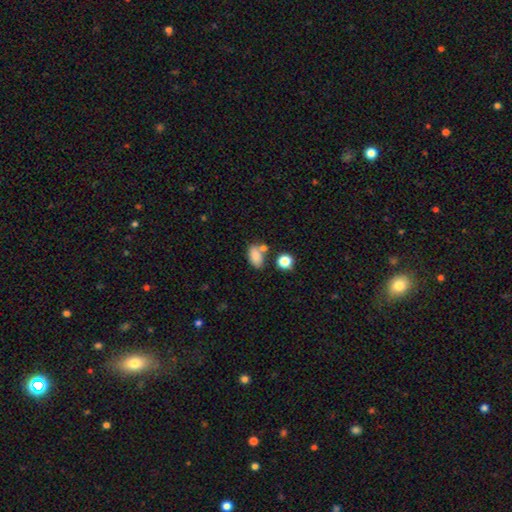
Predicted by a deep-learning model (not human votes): A smooth galaxy with no disk features (82%) that is in between round and cigar-shaped (88%).

Vote fractions:
- Smooth or featured? smooth: 82% / star or artifact: 10% / featured or disk: 7%
- How rounded? in between: 88% / round: 9% / cigar-shaped: 2%
- Merging? none: 53% / merger: 25% / minor disturbance: 16% / major disturbance: 6%